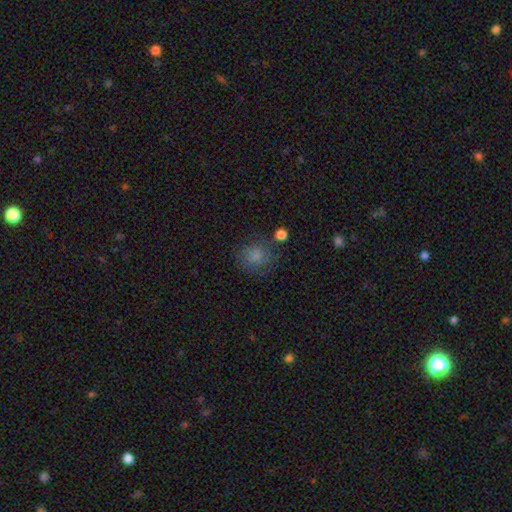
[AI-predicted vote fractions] A smooth galaxy with no disk features (80%) that is round (84%).

Vote fractions:
- Smooth or featured? smooth: 80% / star or artifact: 13% / featured or disk: 7%
- How rounded? round: 84% / in between: 15% / cigar-shaped: 1%
- Merging? none: 74% / minor disturbance: 14% / major disturbance: 6% / merger: 5%